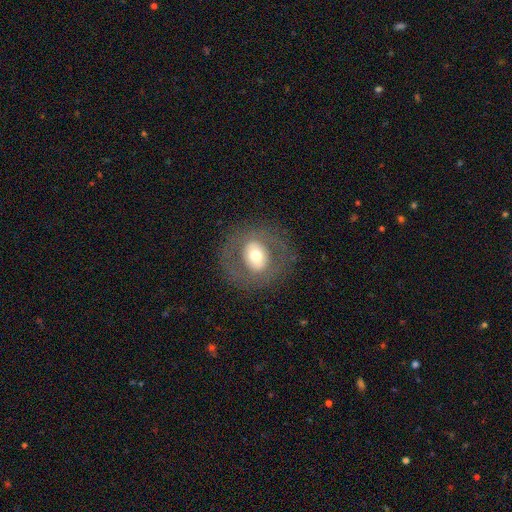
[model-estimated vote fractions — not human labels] smooth 47%, featured or disk 44%, star or artifact 8%. Down the decision tree: merging — none (78%).